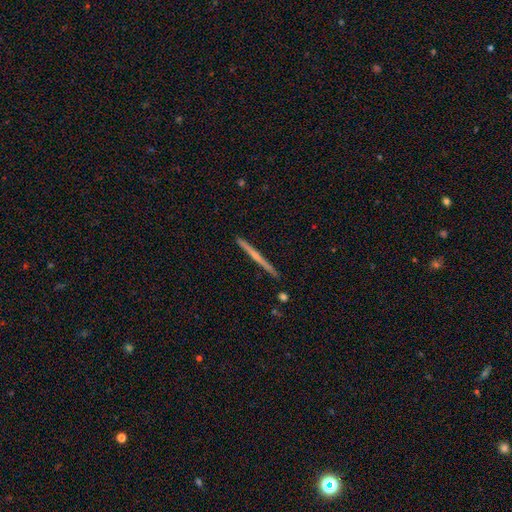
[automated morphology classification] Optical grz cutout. It shows a featured or disk galaxy (59%) viewed edge-on (98%) with no central bulge (72%). Merging: none (92%).